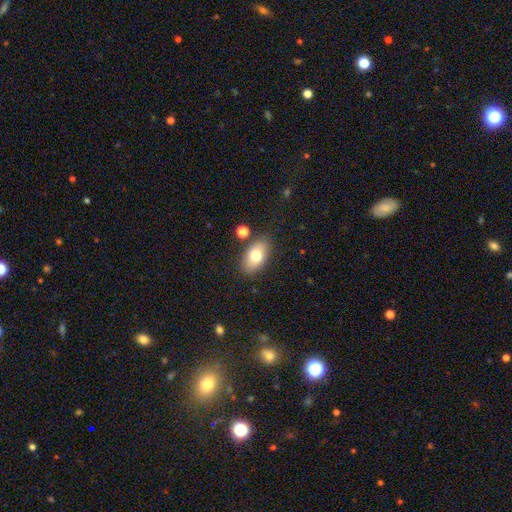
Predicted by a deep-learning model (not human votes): This is likely a smooth galaxy (75%). How rounded: clearly in between (90%). Merging: clearly none (81%).